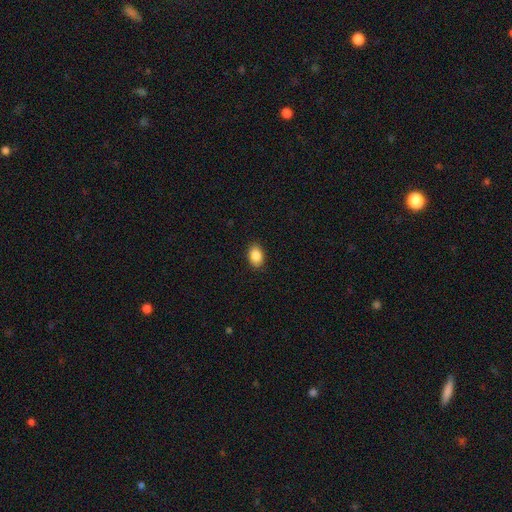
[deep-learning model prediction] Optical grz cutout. It shows a smooth galaxy with no disk features (87%) that is in between round and cigar-shaped (85%). Merging: none (89%).